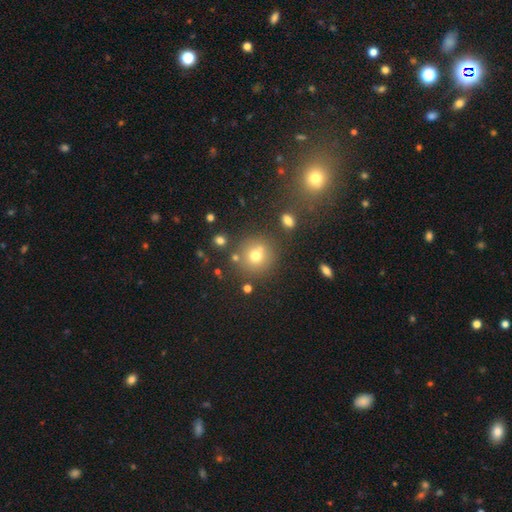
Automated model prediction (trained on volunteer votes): A smooth galaxy with no disk features (70%) that is round (89%).

Vote fractions:
- Smooth or featured? smooth: 70% / star or artifact: 17% / featured or disk: 14%
- How rounded? round: 89% / in between: 10% / cigar-shaped: 1%
- Merging? none: 71% / merger: 14% / minor disturbance: 11% / major disturbance: 4%